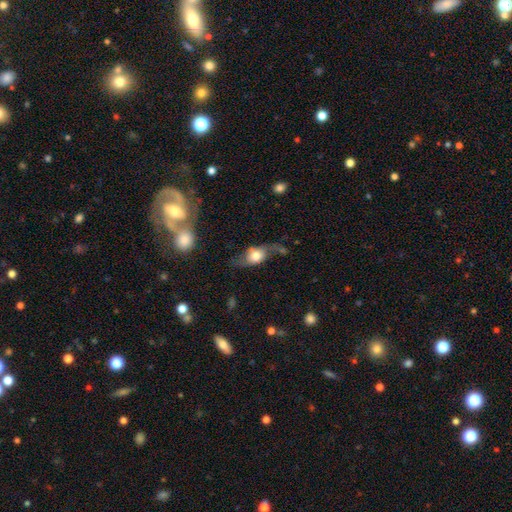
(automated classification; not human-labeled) Smooth or featured?
  - featured or disk: 48% *
  - smooth: 44%
  - star or artifact: 8%
Merging?
  - none: 48% *
  - minor disturbance: 26%
  - major disturbance: 20%
  - merger: 6%